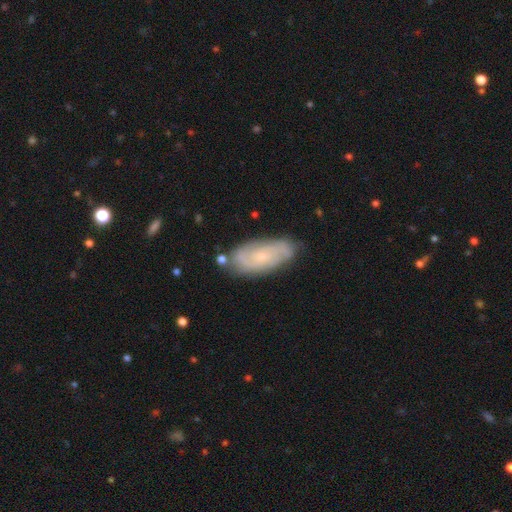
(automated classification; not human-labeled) featured or disk 55%, smooth 33%, star or artifact 12%. Down the decision tree: edge-on disk — no (89%); merging — none (80%).